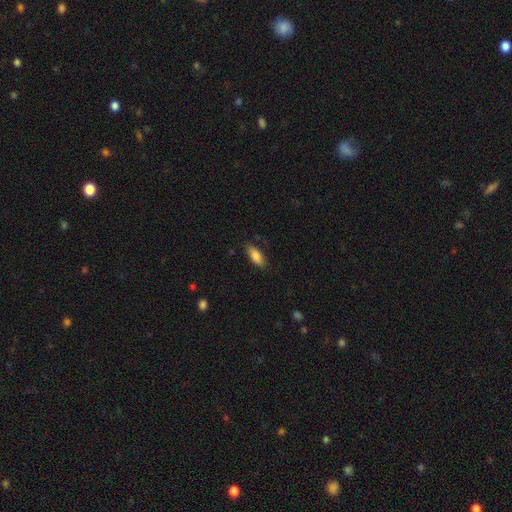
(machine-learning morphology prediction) smooth 86%, featured or disk 7%, star or artifact 7%. Down the decision tree: how rounded — in between (79%); merging — none (83%).